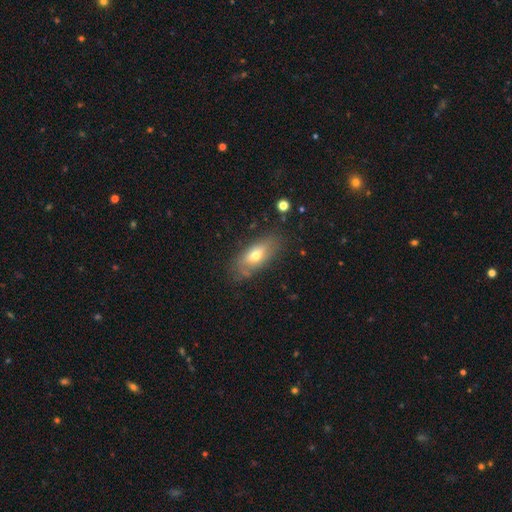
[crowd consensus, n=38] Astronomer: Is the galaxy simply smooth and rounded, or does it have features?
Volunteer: smooth — 63%.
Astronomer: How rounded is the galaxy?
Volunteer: in between — 88%.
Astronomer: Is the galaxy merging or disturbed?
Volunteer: none — 75%.